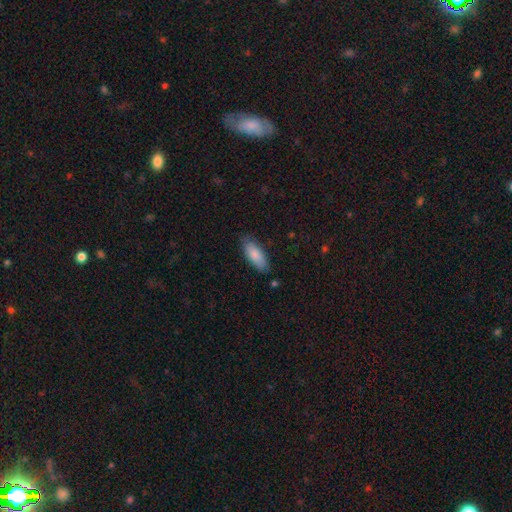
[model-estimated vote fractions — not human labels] A smooth galaxy with no disk features (85%) that is in between round and cigar-shaped (78%).

Vote fractions:
- Smooth or featured? smooth: 85% / featured or disk: 9% / star or artifact: 6%
- How rounded? in between: 78% / cigar-shaped: 21% / round: 2%
- Merging? none: 80% / minor disturbance: 15% / major disturbance: 3% / merger: 2%